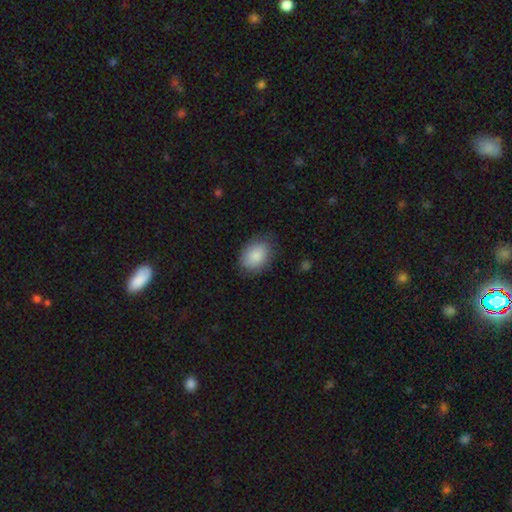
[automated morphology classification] smooth 86%, featured or disk 8%, star or artifact 7%. Down the decision tree: how rounded — in between (76%); merging — none (78%).